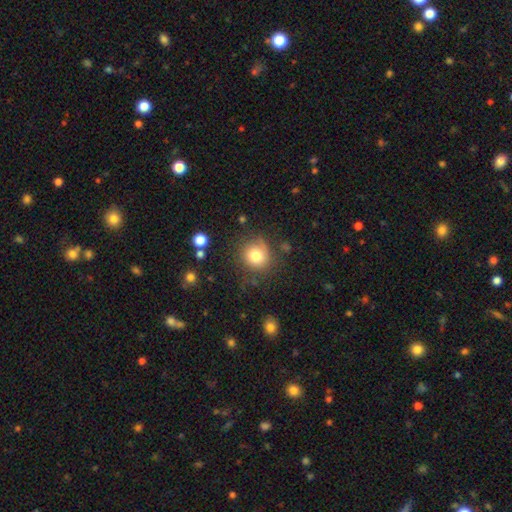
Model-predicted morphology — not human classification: A smooth galaxy with no disk features (78%) that is round (87%).

Vote fractions:
- Smooth or featured? smooth: 78% / star or artifact: 11% / featured or disk: 11%
- How rounded? round: 87% / in between: 12% / cigar-shaped: 1%
- Merging? none: 75% / minor disturbance: 16% / major disturbance: 7% / merger: 3%